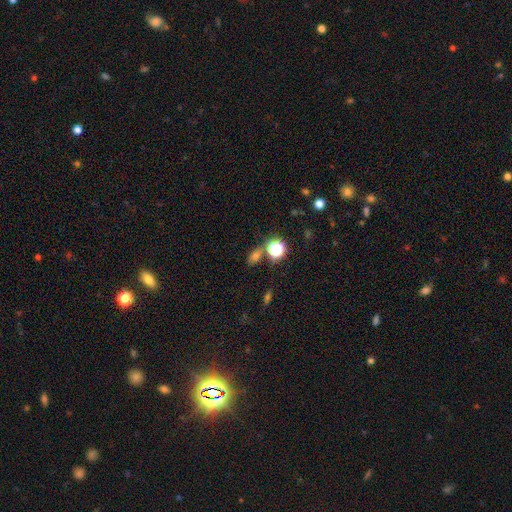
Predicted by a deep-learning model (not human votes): This is possibly a smooth galaxy (54%). How rounded: possibly in between (54%). Merging: likely none (69%).